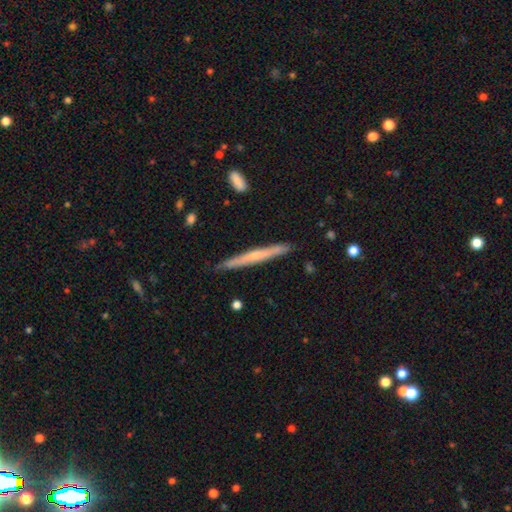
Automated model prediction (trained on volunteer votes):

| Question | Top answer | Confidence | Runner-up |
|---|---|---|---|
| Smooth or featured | featured or disk | 53% | smooth (41%) |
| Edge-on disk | yes | 96% | no (4%) |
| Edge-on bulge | none | 54% | rounded (41%) |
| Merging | none | 88% | minor disturbance (9%) |